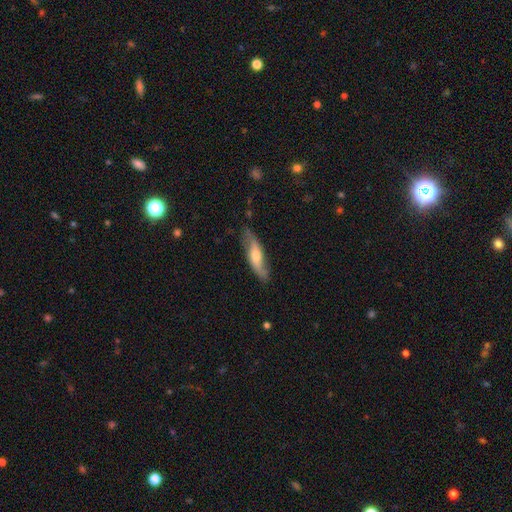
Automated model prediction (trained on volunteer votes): Q: Smooth or featured?
A: featured or disk (56%); runner-up: smooth (38%)
Q: Edge-on disk?
A: no (59%); runner-up: yes (41%)
Q: Merging?
A: none (73%); runner-up: minor disturbance (21%)